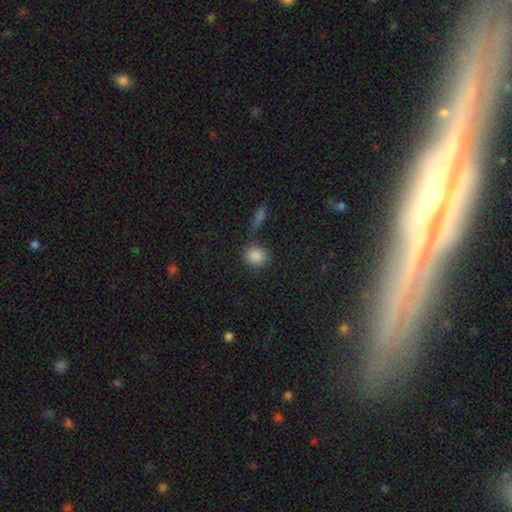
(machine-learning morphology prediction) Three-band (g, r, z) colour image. It shows a smooth galaxy with no disk features (84%) that is round (82%). Merging: none (73%).